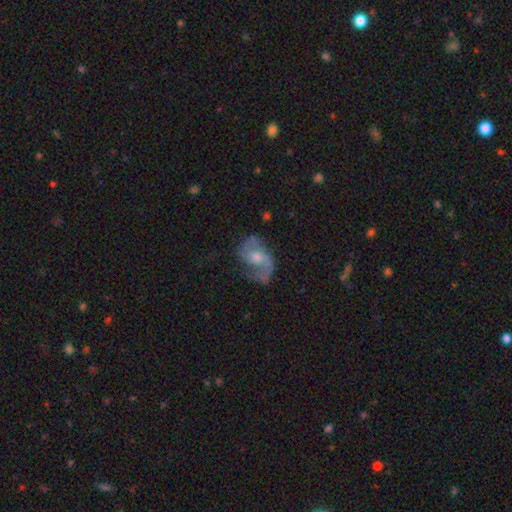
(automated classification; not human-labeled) smooth_or_featured: featured or disk (p=0.82) [alt: smooth p=0.11]
disk_edge_on: no (p=0.97) [alt: yes p=0.03]
bar: no (p=0.57) [alt: weak p=0.35]
has_spiral_arms: yes (p=0.94) [alt: no p=0.06]
spiral_winding: medium (p=0.49) [alt: loose p=0.34]
spiral_arm_count: 2 (p=0.81) [alt: 1 p=0.10]
bulge_size: moderate (p=0.58) [alt: small p=0.28]
merging: none (p=0.64) [alt: minor disturbance p=0.19]